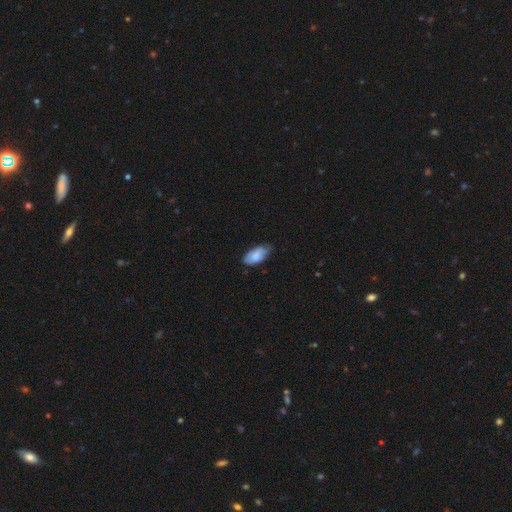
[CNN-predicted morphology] A smooth galaxy with no disk features (76%) that is in between round and cigar-shaped (93%). Merging: none (63%).